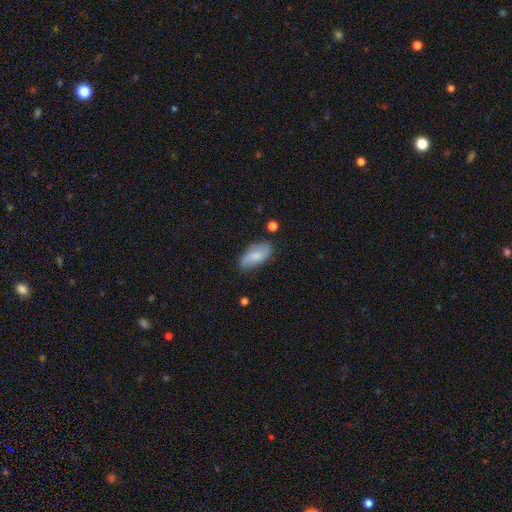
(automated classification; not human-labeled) A smooth galaxy with no disk features (72%) that is in between round and cigar-shaped (89%). Merging: none (74%).